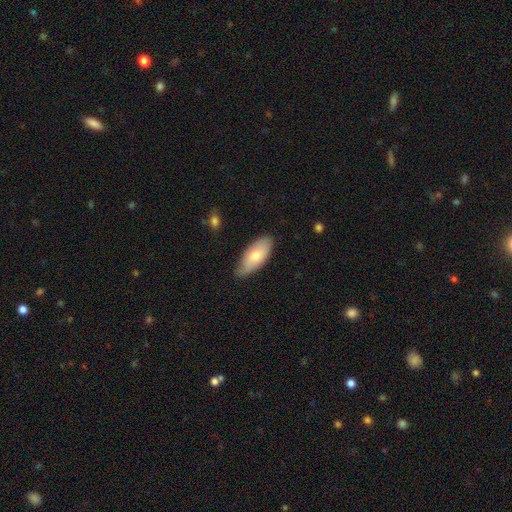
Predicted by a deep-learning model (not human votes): Q: Smooth or featured?
A: smooth (71%); runner-up: featured or disk (23%)
Q: How rounded?
A: in between (89%); runner-up: cigar-shaped (9%)
Q: Merging?
A: none (69%); runner-up: minor disturbance (26%)